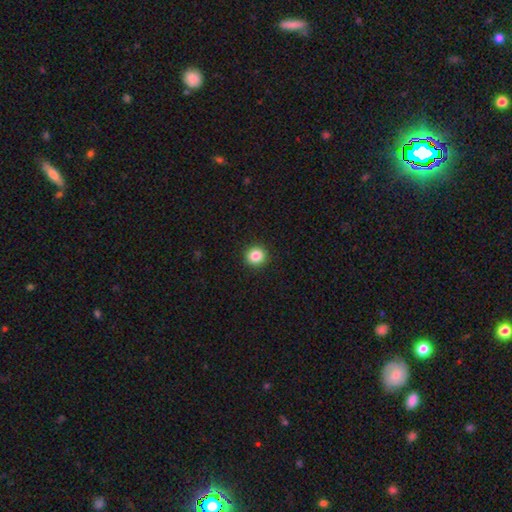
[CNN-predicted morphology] A smooth galaxy with no disk features (85%) that is round (92%). Merging: none (93%).